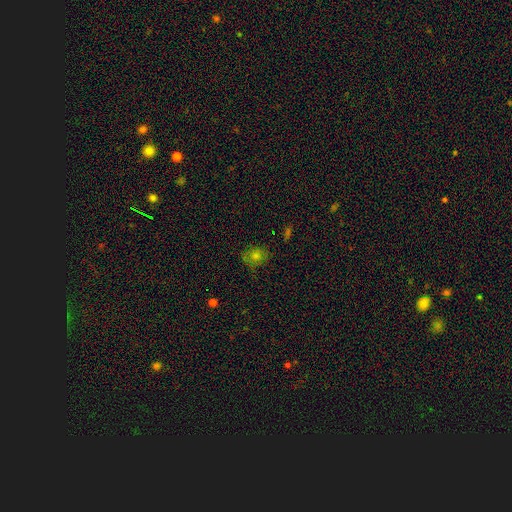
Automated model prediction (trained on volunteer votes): This is possibly a smooth galaxy (60%). How rounded: likely round (74%). Merging: likely none (73%).